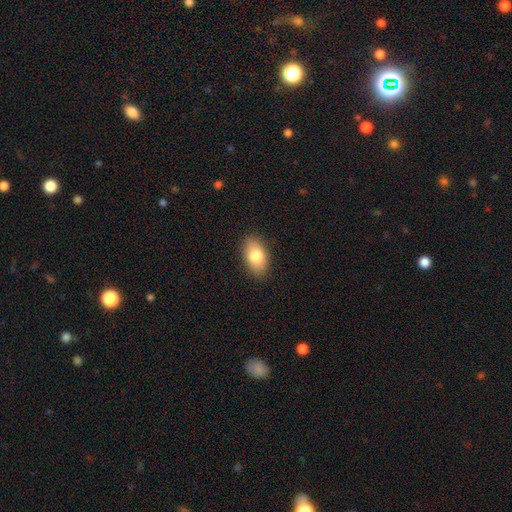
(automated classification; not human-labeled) Morphology: type=smooth (80%); roundness=in between (91%); merging=none (87%).